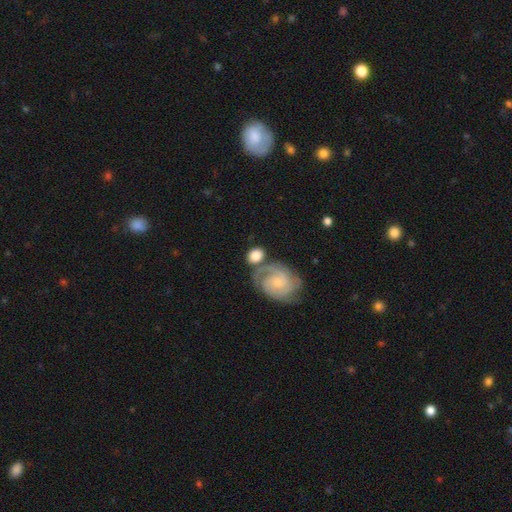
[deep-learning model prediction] Smooth or featured: smooth — 55% (featured or disk — 38%)
How rounded: round — 57% (in between — 42%)
Merging: none — 55% (merger — 22%)